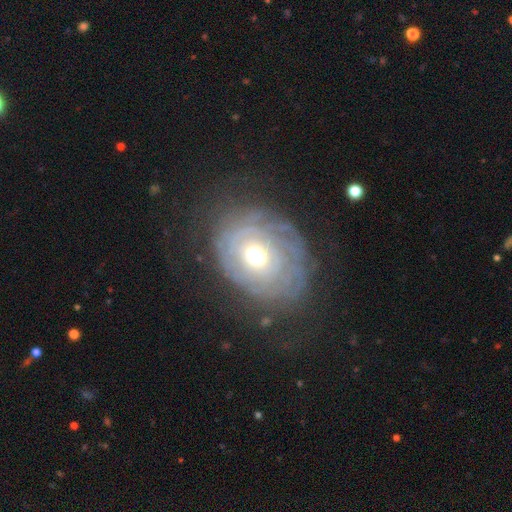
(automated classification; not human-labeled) A featured or disk galaxy (77%) with no bar (78%), tight (81%) spiral arms (81%) and a moderate central bulge (72%).

Vote fractions:
- Smooth or featured? featured or disk: 77% / smooth: 16% / star or artifact: 7%
- Edge-on disk? no: 96% / yes: 4%
- Bar? no: 78% / weak: 17% / strong: 5%
- Spiral arms? yes: 81% / no: 19%
- Spiral winding? tight: 81% / medium: 13% / loose: 6%
- Spiral arm count? can't tell: 53% / more than 4: 12% / 2: 11% / 3: 10% / 4: 8% / 1: 6%
- Bulge size? moderate: 72% / small: 14% / large: 12% / dominant: 1% / none: 1%
- Merging? none: 71% / minor disturbance: 17% / major disturbance: 10% / merger: 1%